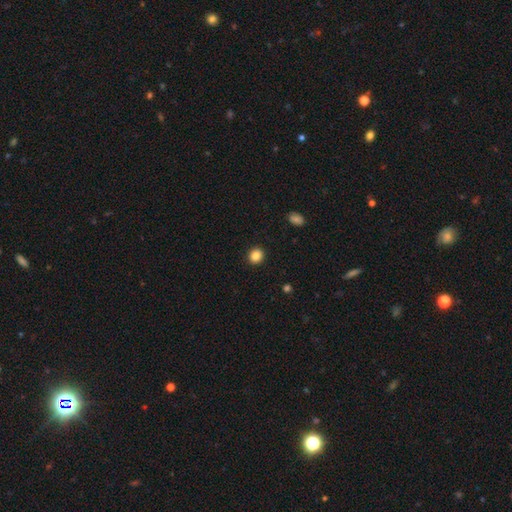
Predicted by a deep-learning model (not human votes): smooth_or_featured: smooth (p=0.86) [alt: star or artifact p=0.10]
how_rounded: round (p=0.80) [alt: in between p=0.19]
merging: none (p=0.92) [alt: minor disturbance p=0.05]